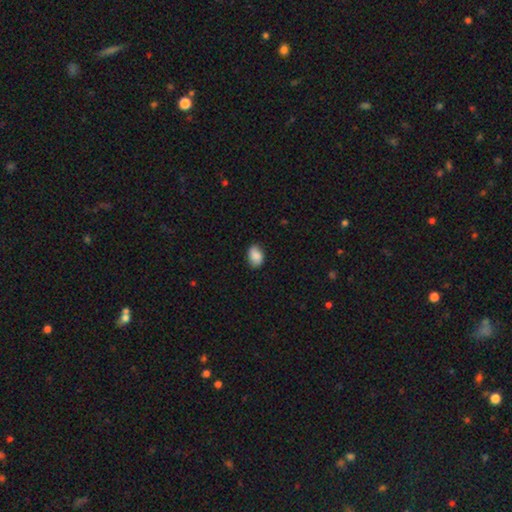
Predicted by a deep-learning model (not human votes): smooth_or_featured: smooth (p=0.86) [alt: star or artifact p=0.07]
how_rounded: in between (p=0.78) [alt: round p=0.20]
merging: none (p=0.81) [alt: minor disturbance p=0.15]